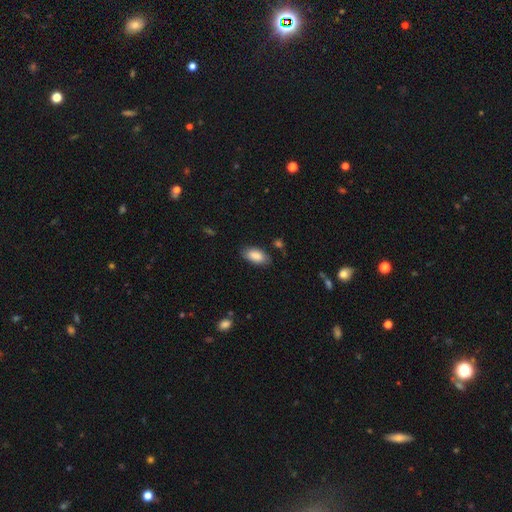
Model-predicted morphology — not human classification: smooth 87%, featured or disk 7%, star or artifact 6%. Down the decision tree: how rounded — in between (93%); merging — none (82%).